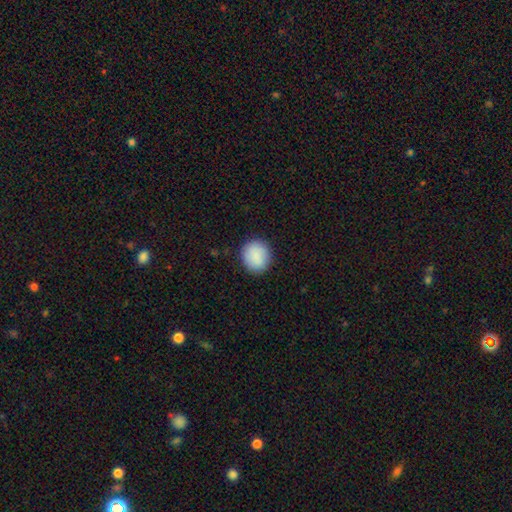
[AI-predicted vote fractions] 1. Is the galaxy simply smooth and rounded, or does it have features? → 89% smooth, 7% star or artifact, 4% featured or disk.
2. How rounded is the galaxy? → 84% round, 15% in between, 1% cigar-shaped.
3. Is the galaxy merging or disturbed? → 89% none, 8% minor disturbance, 2% major disturbance, 1% merger.